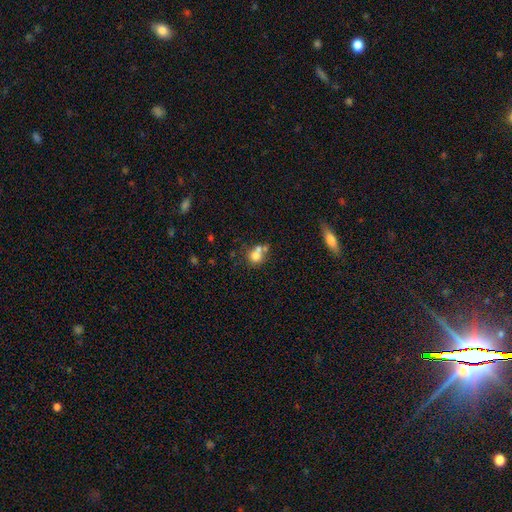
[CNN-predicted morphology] Q: Smooth or featured?
A: smooth (74%); runner-up: featured or disk (15%)
Q: How rounded?
A: round (81%); runner-up: in between (18%)
Q: Merging?
A: merger (45%); runner-up: none (40%)